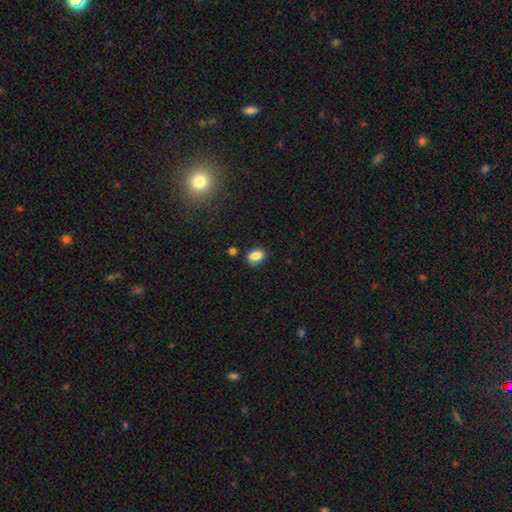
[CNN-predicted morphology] The model was most divided on "how rounded": in between: 80%, round: 18%, cigar-shaped: 2%. More confident: smooth or featured — smooth (85%); merging — none (80%).